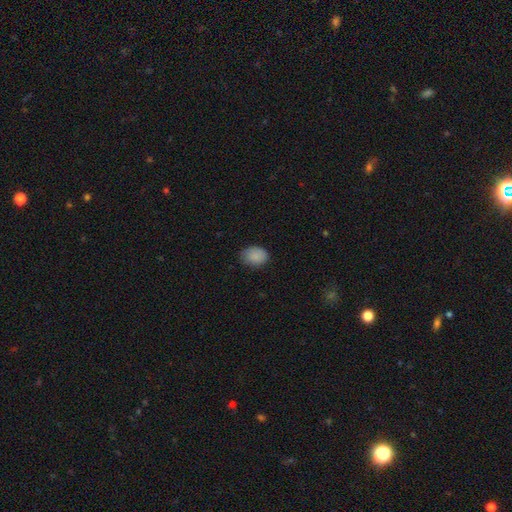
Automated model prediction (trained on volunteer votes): This is clearly a smooth galaxy (88%). How rounded: likely in between (70%). Merging: likely none (78%).